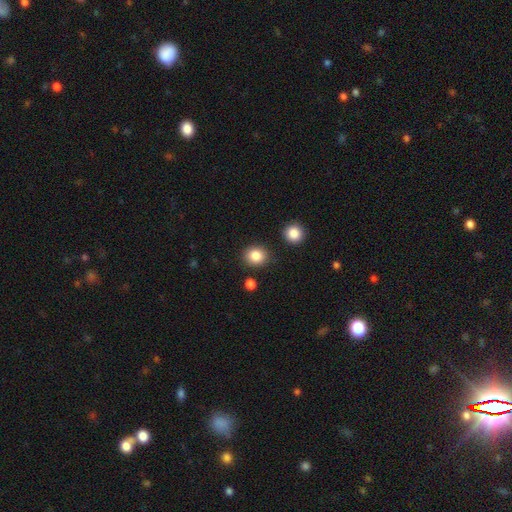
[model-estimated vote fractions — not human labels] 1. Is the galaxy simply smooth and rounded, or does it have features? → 86% smooth, 10% star or artifact, 5% featured or disk.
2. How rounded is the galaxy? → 80% round, 19% in between, 1% cigar-shaped.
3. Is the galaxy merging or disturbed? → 86% none, 8% minor disturbance, 4% merger, 2% major disturbance.